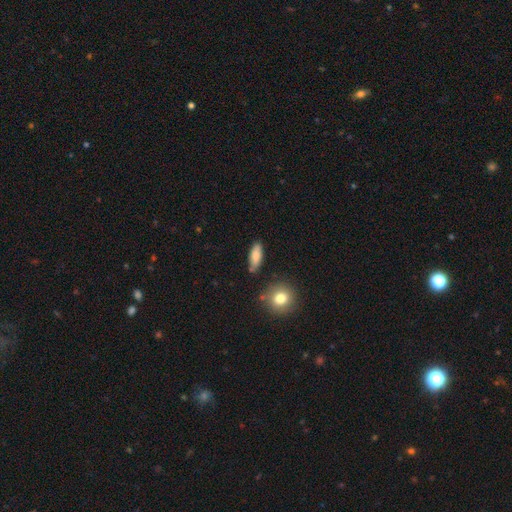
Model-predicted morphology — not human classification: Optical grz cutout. It shows a smooth galaxy with no disk features (82%) that is in between round and cigar-shaped (71%). Merging: none (79%).